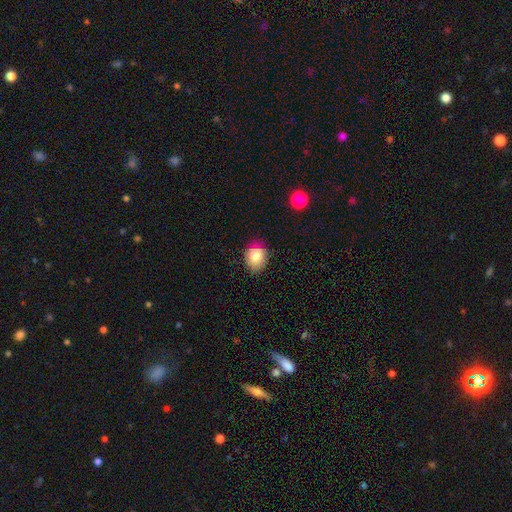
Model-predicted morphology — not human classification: Overall: smooth (81%). How rounded: round (51%; in between 48%). Merging: none (77%).